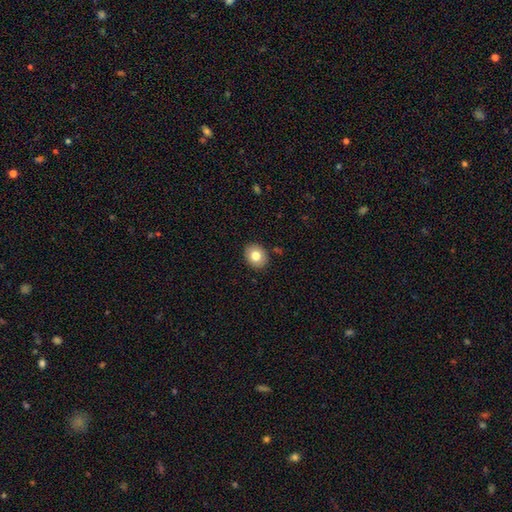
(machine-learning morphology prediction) type=smooth (79%); roundness=round (54%); merging=none (89%).